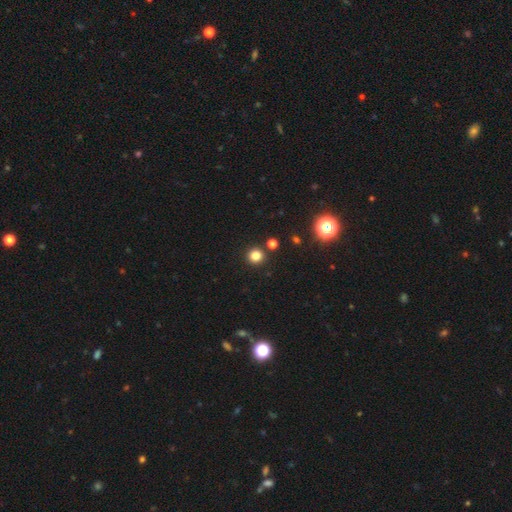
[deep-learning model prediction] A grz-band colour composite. It shows a smooth galaxy with no disk features (81%) that is round (92%). Merging: none (89%).